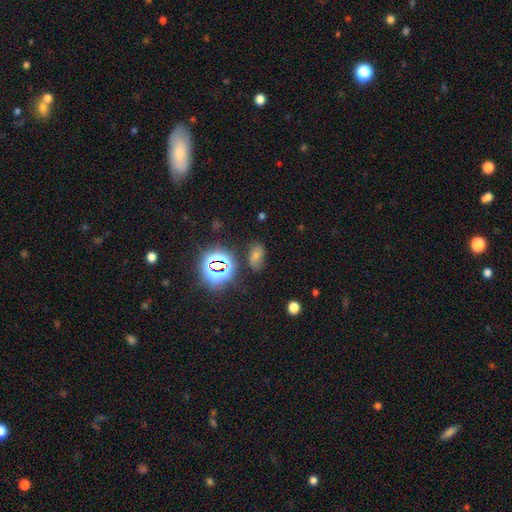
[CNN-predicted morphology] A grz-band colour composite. It shows a smooth galaxy with no disk features (55%) that is in between round and cigar-shaped (86%). Merging: none (64%).